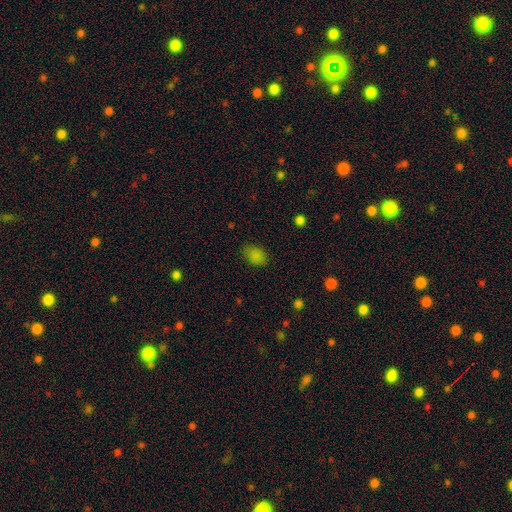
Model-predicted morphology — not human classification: Overall: smooth (81%). How rounded: in between (78%). Merging: none (79%).